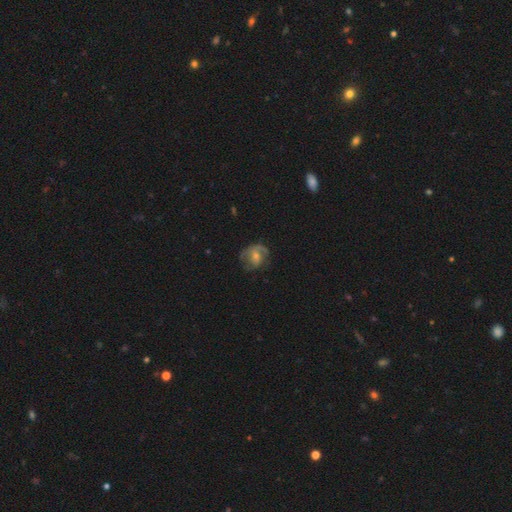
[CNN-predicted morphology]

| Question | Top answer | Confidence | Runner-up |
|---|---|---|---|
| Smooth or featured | featured or disk | 66% | smooth (23%) |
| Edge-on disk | no | 97% | yes (3%) |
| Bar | no | 56% | weak (36%) |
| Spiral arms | yes | 84% | no (16%) |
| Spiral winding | medium | 44% | tight (39%) |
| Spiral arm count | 2 | 48% | can't tell (24%) |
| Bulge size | moderate | 51% | small (40%) |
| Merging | none | 65% | minor disturbance (21%) |